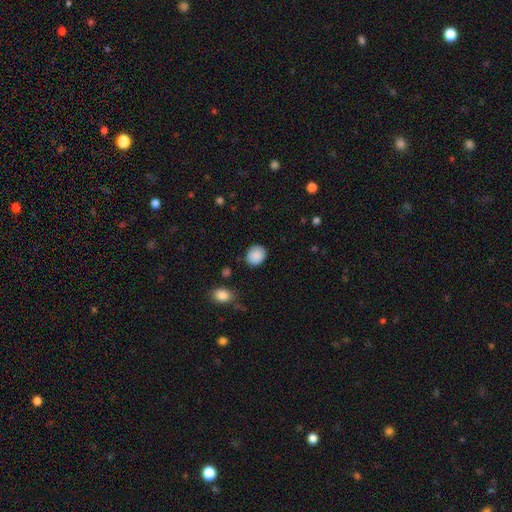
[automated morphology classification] Smooth or featured?
  - smooth: 88% *
  - star or artifact: 8%
  - featured or disk: 4%
How rounded?
  - round: 68% *
  - in between: 31%
  - cigar-shaped: 1%
Merging?
  - none: 82% *
  - minor disturbance: 13%
  - major disturbance: 3%
  - merger: 2%